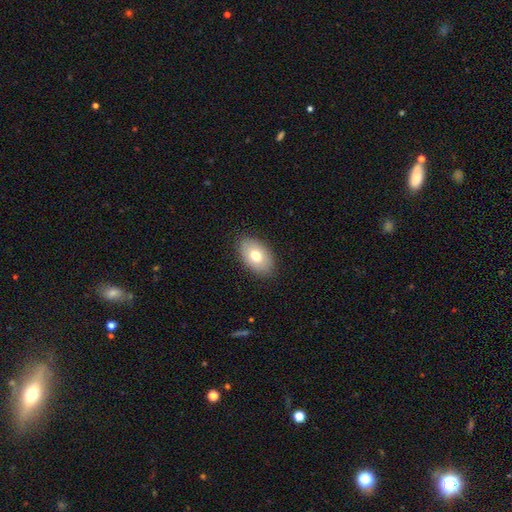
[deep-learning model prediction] A smooth galaxy with no disk features (73%) that is in between round and cigar-shaped (89%).

Vote fractions:
- Smooth or featured? smooth: 73% / featured or disk: 19% / star or artifact: 8%
- How rounded? in between: 89% / round: 10% / cigar-shaped: 1%
- Merging? none: 86% / minor disturbance: 10% / major disturbance: 2% / merger: 1%